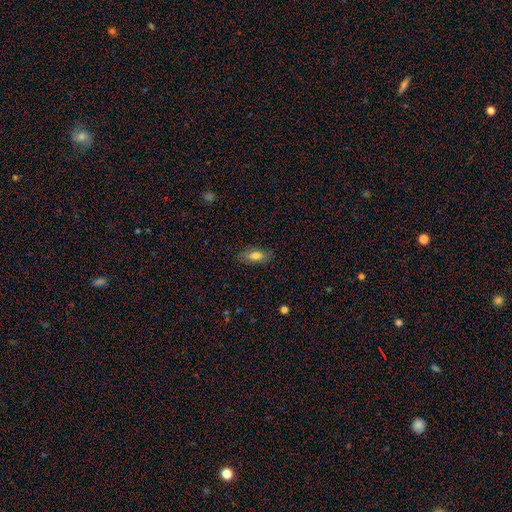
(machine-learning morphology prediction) type=smooth (70%); roundness=in between (79%); merging=none (81%).